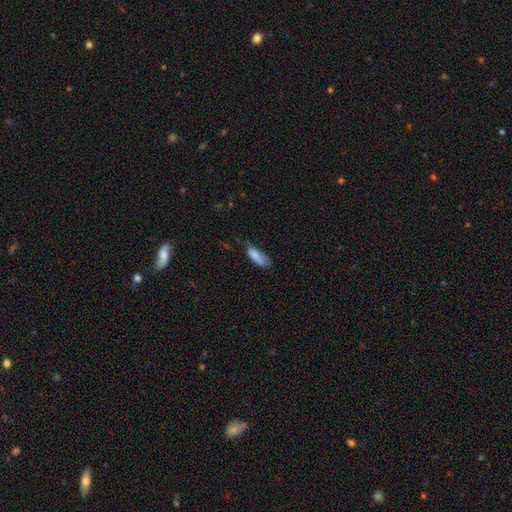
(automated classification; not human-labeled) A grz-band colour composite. It shows a smooth galaxy with no disk features (80%) that is in between round and cigar-shaped (64%). Merging: none (42%).